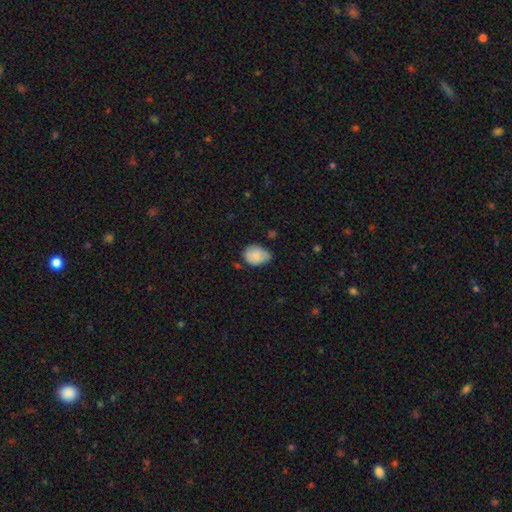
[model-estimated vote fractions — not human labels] Smooth or featured? Predicted: smooth (p=0.84). How rounded? Predicted: in between (p=0.67). Merging? Predicted: none (p=0.51).